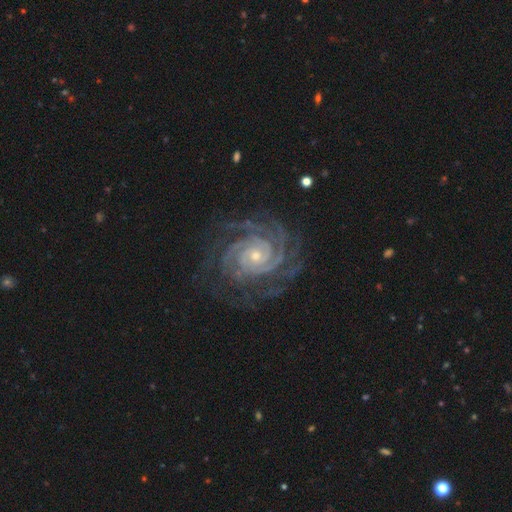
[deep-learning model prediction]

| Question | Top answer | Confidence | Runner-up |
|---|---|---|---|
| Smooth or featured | featured or disk | 93% | star or artifact (5%) |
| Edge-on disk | no | 98% | yes (2%) |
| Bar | no | 71% | weak (19%) |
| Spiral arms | yes | 99% | no (1%) |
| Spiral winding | tight | 84% | medium (14%) |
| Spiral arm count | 4 | 23% | tied: 3 (23%) |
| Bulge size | small | 70% | moderate (27%) |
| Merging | none | 77% | minor disturbance (15%) |